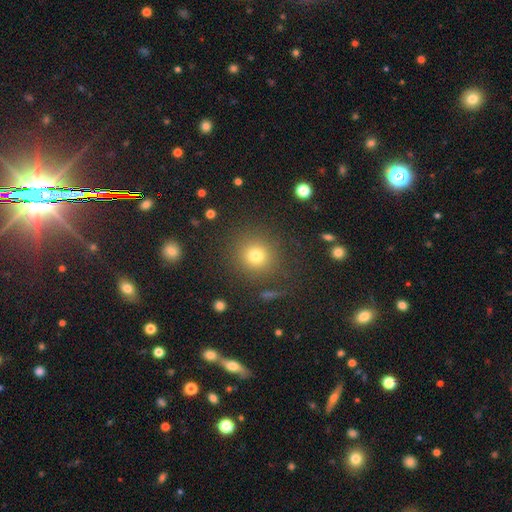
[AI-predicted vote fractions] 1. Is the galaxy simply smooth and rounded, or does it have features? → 75% smooth, 17% star or artifact, 8% featured or disk.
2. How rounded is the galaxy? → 92% round, 7% in between, 1% cigar-shaped.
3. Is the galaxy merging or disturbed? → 86% none, 7% minor disturbance, 4% major disturbance, 3% merger.